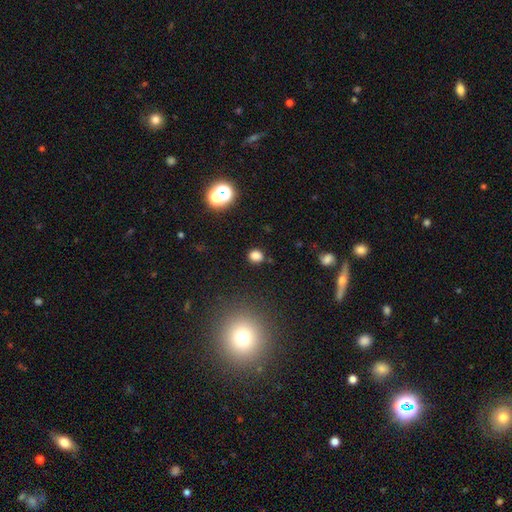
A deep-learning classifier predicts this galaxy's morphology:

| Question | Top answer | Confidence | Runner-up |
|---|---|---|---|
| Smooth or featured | smooth | 79% | star or artifact (17%) |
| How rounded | round | 67% | in between (32%) |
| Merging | none | 85% | minor disturbance (10%) |